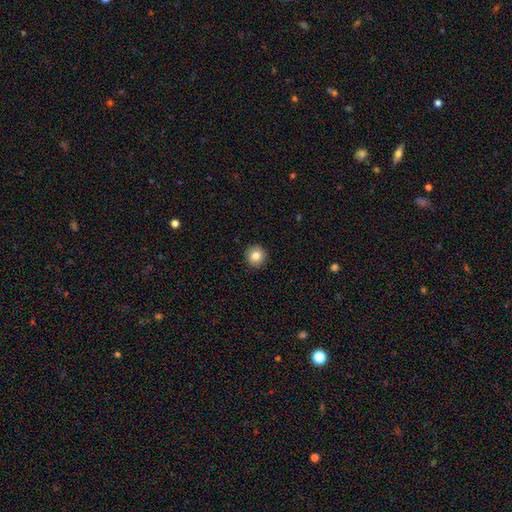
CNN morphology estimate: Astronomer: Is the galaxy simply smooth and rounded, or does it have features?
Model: smooth — 84%.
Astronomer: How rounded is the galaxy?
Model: round — 95%.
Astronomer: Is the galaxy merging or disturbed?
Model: none — 92%.